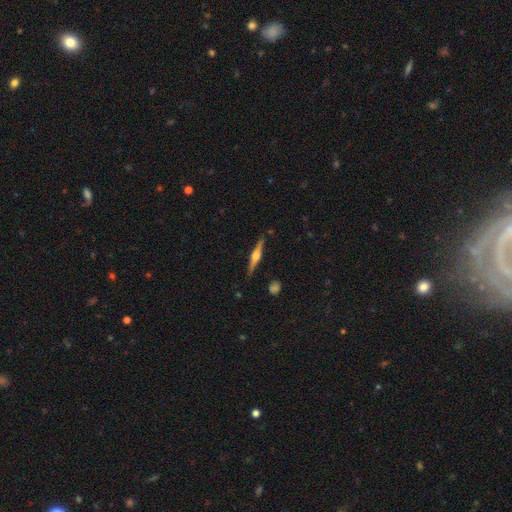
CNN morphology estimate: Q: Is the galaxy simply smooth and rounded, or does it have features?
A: featured or disk — 79%.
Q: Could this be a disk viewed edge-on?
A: yes — 98%.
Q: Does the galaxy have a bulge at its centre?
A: rounded — 91%.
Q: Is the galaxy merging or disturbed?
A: none — 88%.